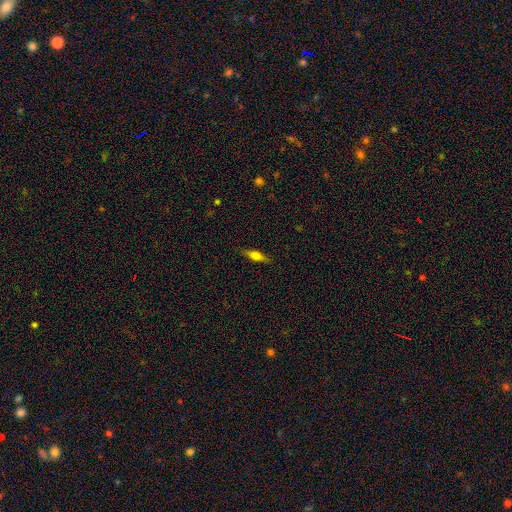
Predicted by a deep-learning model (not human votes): This appears to be a featured or disk galaxy (49%). Merging: none (88%).